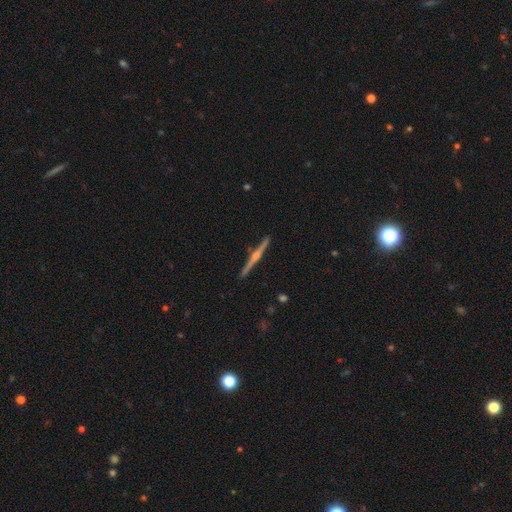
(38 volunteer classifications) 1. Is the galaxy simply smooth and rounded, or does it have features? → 92% featured or disk, 5% smooth, 3% star or artifact.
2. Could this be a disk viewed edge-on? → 100% yes, 0% no.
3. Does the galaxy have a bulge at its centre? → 74% rounded, 17% boxy, 9% none.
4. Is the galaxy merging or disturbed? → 92% none, 8% minor disturbance, 0% major disturbance, 0% merger.